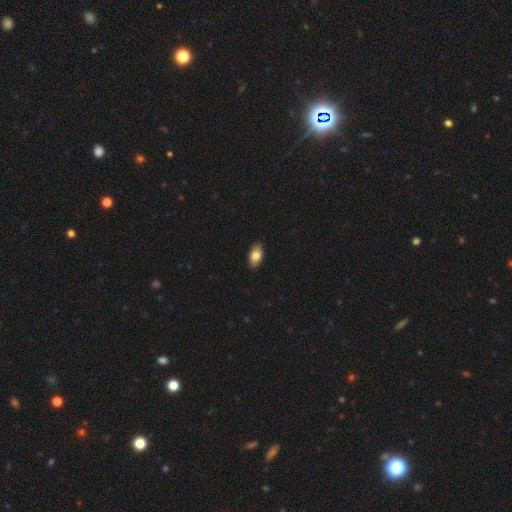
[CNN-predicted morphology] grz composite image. It shows a smooth galaxy with no disk features (80%) that is in between round and cigar-shaped (93%). Merging: none (88%).